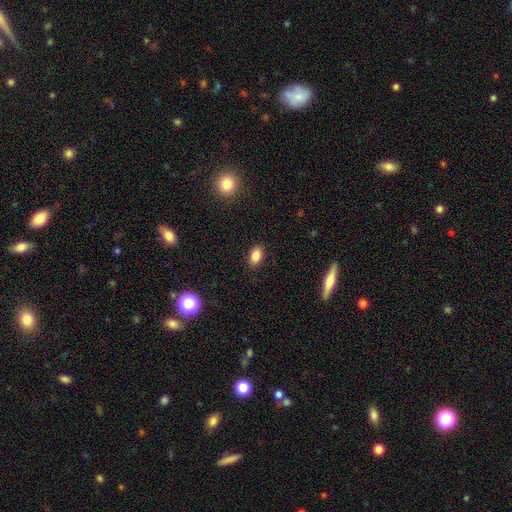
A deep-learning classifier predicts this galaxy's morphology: Smooth or featured? Predicted: smooth (p=0.85). How rounded? Predicted: in between (p=0.87). Merging? Predicted: none (p=0.88).